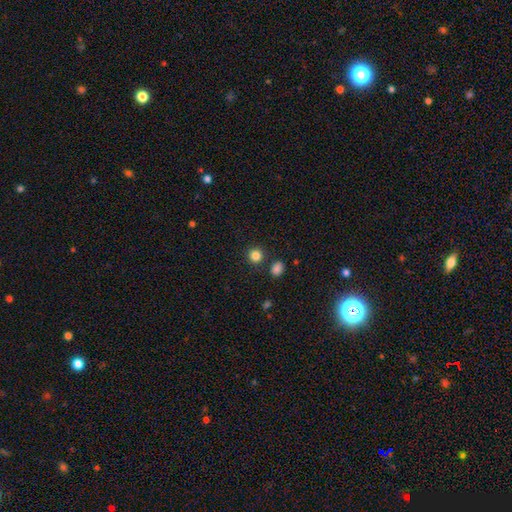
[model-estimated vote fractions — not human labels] smooth_or_featured: smooth (p=0.84) [alt: star or artifact p=0.12]
how_rounded: round (p=0.91) [alt: in between p=0.08]
merging: none (p=0.86) [alt: minor disturbance p=0.06]